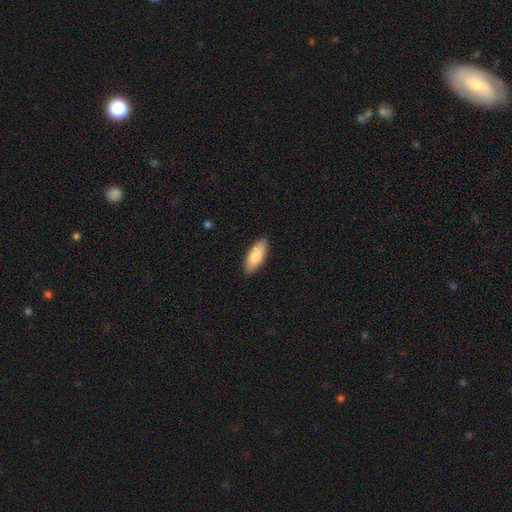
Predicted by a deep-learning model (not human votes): The model was most divided on "how rounded": in between: 79%, cigar-shaped: 19%, round: 2%. More confident: merging — none (87%); smooth or featured — smooth (86%).